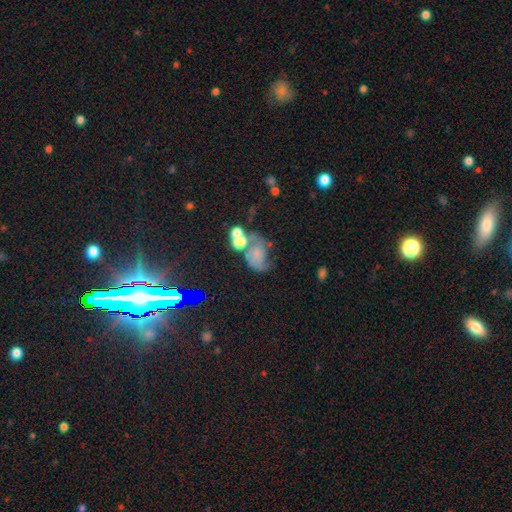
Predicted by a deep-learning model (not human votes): smooth-or-featured: smooth: 41% | featured or disk: 39% | star or artifact: 19%
  merging: major disturbance: 27% (tied) | merger: 27% (tied) | none: 26% | minor disturbance: 20%